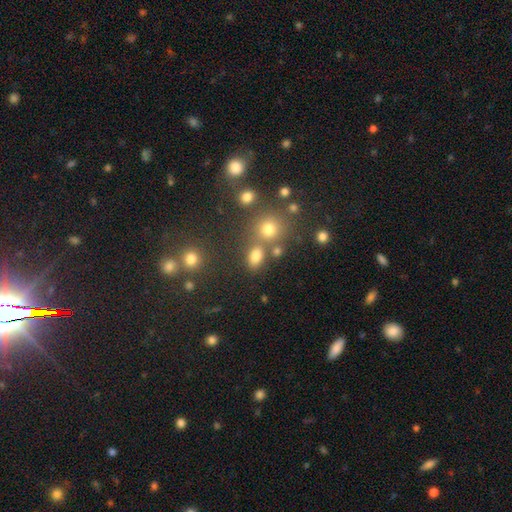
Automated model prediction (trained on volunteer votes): This is likely a smooth galaxy (77%). How rounded: likely in between (63%). Merging: likely none (67%).